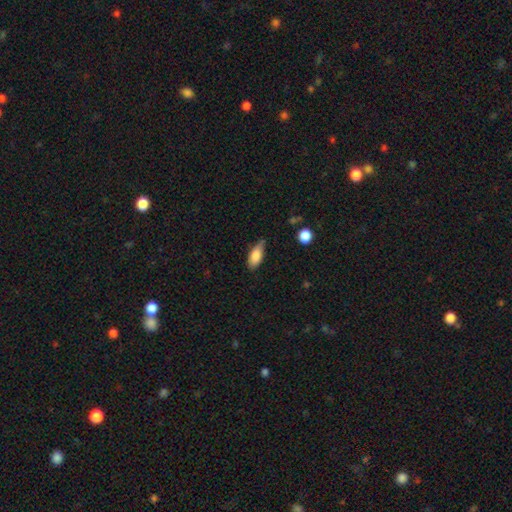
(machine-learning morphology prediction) Smooth or featured? Predicted: smooth (p=0.81). How rounded? Predicted: in between (p=0.81). Merging? Predicted: none (p=0.61).